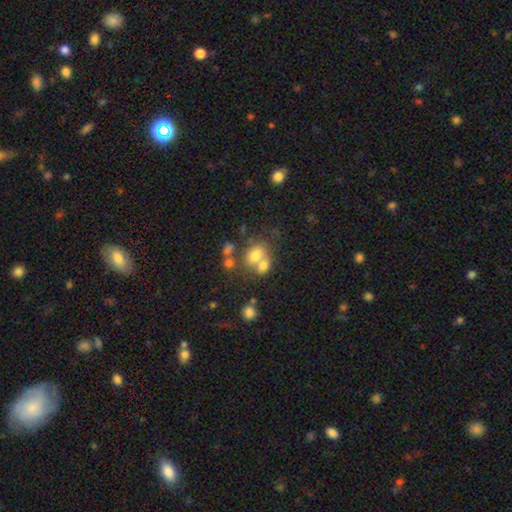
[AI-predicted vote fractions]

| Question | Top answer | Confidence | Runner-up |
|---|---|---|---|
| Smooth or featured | smooth | 70% | featured or disk (17%) |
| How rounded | in between | 54% | round (45%) |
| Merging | merger | 48% | none (36%) |